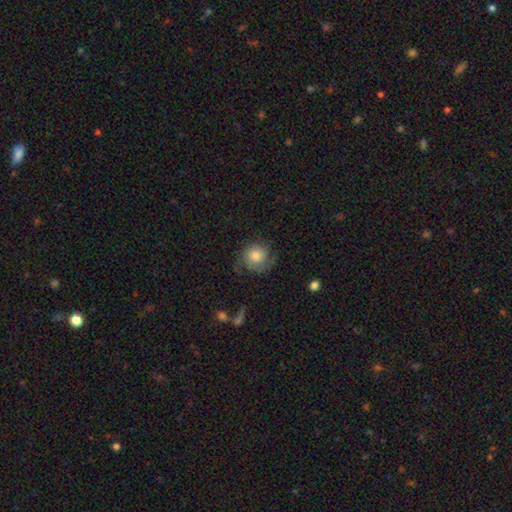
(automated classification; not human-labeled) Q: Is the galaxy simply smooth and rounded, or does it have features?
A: smooth — 46%, tied with featured or disk.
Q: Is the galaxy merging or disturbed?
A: none — 63%.